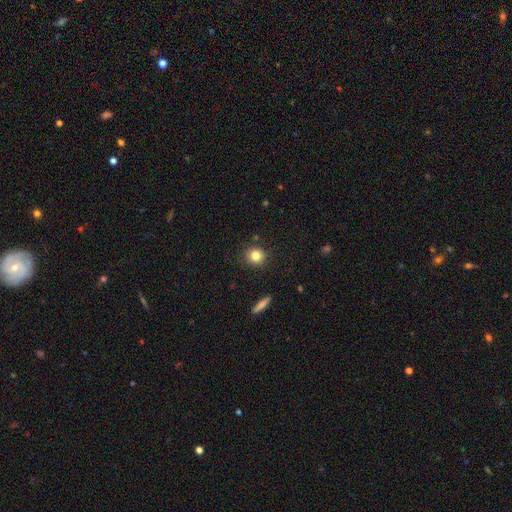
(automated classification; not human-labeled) This appears to be a smooth galaxy with no disk features (82%) that is round (86%). Merging: none (88%).